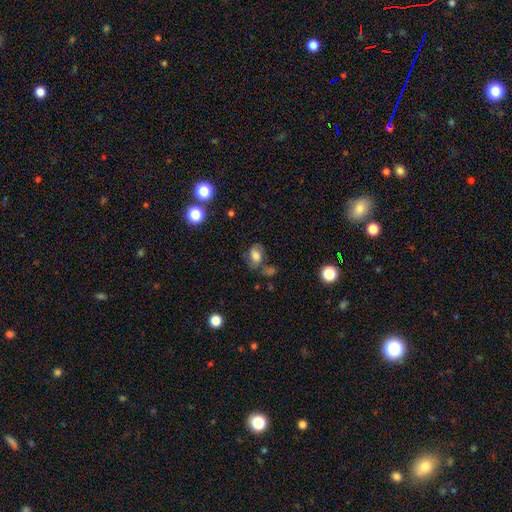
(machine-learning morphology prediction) The model was most divided on "merging": none: 55%, minor disturbance: 23%, merger: 12%, major disturbance: 10%. More confident: how rounded — in between (73%); smooth or featured — smooth (70%).